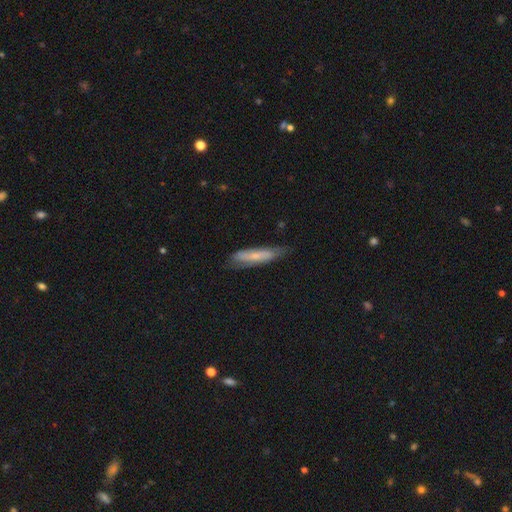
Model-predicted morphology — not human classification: A smooth galaxy with no disk features (53%) that is cigar-shaped (75%). Merging: none (70%).